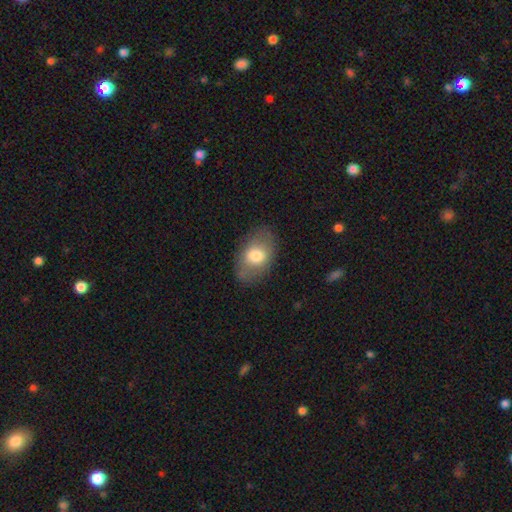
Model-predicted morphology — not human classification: Smooth or featured: smooth — 72% (featured or disk — 21%)
How rounded: in between — 86% (round — 13%)
Merging: none — 80% (minor disturbance — 14%)